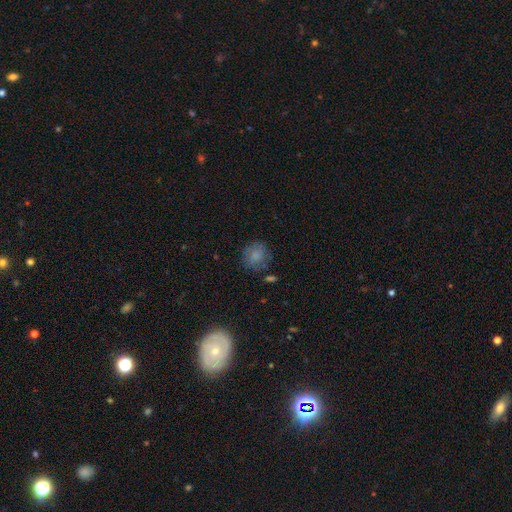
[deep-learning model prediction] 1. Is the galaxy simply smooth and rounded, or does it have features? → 81% smooth, 10% featured or disk, 9% star or artifact.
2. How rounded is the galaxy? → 83% round, 15% in between, 1% cigar-shaped.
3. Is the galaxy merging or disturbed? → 75% none, 16% minor disturbance, 5% major disturbance, 4% merger.